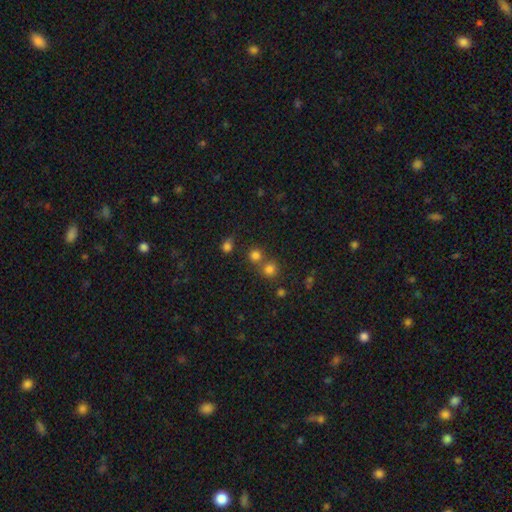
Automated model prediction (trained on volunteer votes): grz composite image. It shows a smooth galaxy with no disk features (75%) that is round (88%). Merging: none (61%).